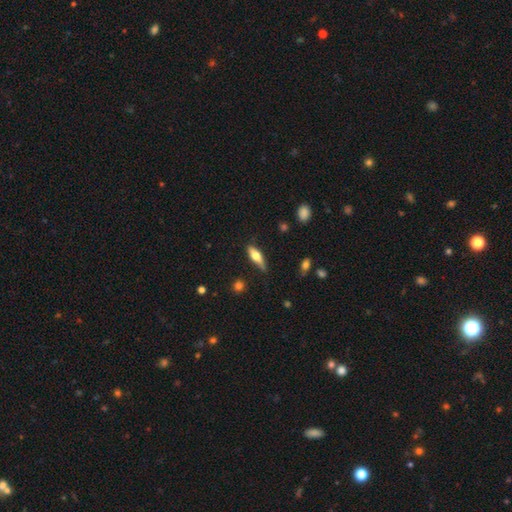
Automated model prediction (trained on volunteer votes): Smooth or featured? Predicted: smooth (p=0.50). How rounded? Predicted: cigar-shaped (p=0.54). Merging? Predicted: none (p=0.75).